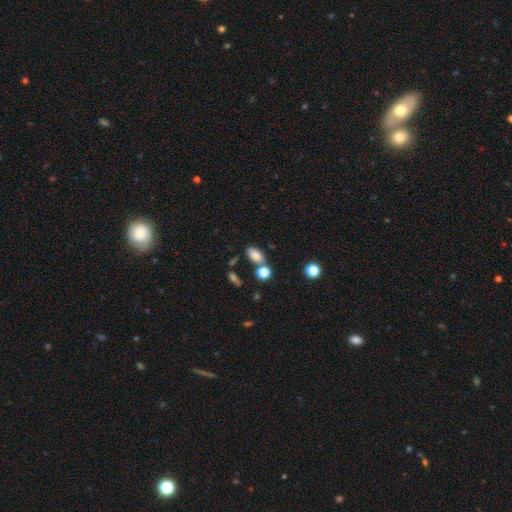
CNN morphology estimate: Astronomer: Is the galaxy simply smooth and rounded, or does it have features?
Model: smooth — 80%.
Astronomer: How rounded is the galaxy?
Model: in between — 87%.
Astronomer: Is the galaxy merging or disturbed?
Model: none — 67%.